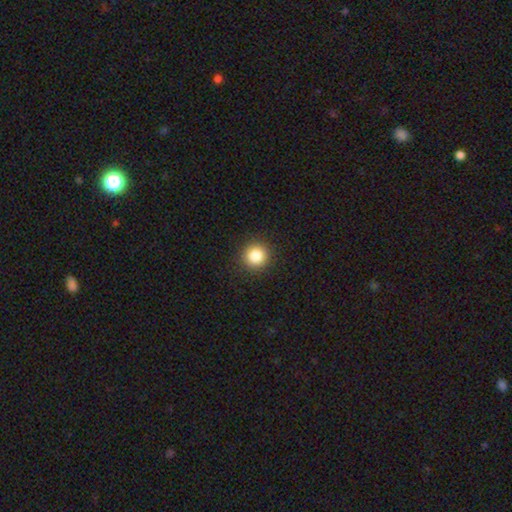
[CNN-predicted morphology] A smooth galaxy with no disk features (85%) that is round (95%). Merging: none (92%).